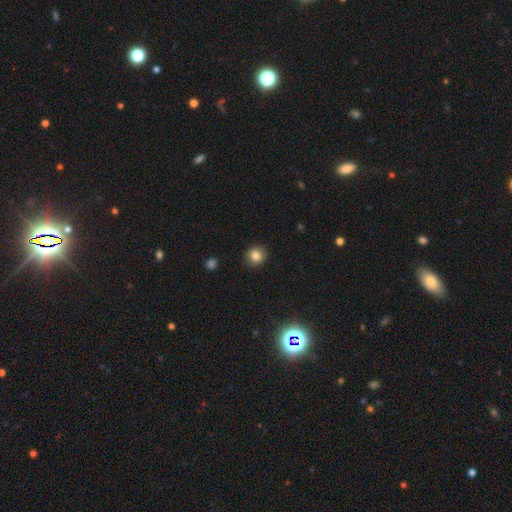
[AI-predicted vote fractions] smooth_or_featured: smooth (p=0.83) [alt: star or artifact p=0.11]
how_rounded: round (p=0.87) [alt: in between p=0.12]
merging: none (p=0.89) [alt: minor disturbance p=0.08]